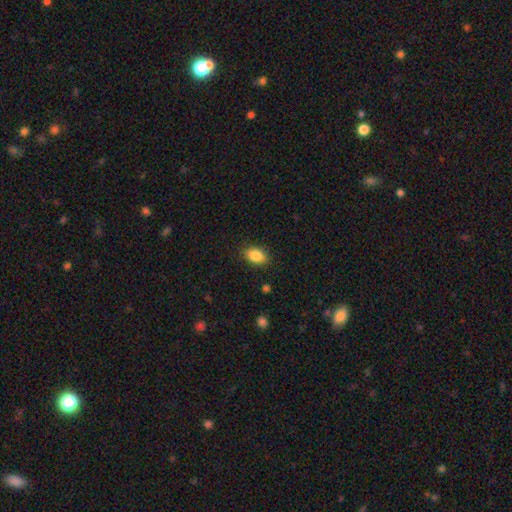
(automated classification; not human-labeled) The model was most divided on "how rounded": in between: 87%, round: 11%, cigar-shaped: 2%. More confident: merging — none (87%); smooth or featured — smooth (87%).